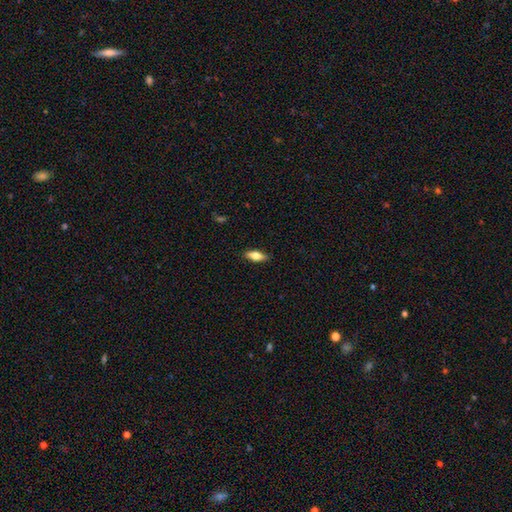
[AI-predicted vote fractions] smooth_or_featured: smooth (p=0.67) [alt: featured or disk p=0.26]
how_rounded: in between (p=0.71) [alt: cigar-shaped p=0.26]
merging: none (p=0.88) [alt: minor disturbance p=0.09]